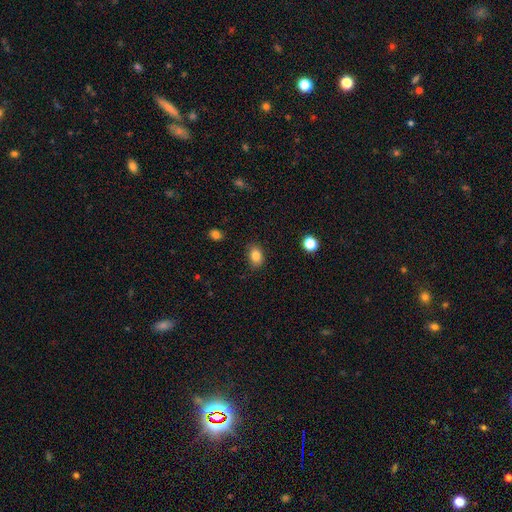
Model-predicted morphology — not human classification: Smooth or featured? Predicted: smooth (p=0.84). How rounded? Predicted: in between (p=0.71). Merging? Predicted: none (p=0.84).